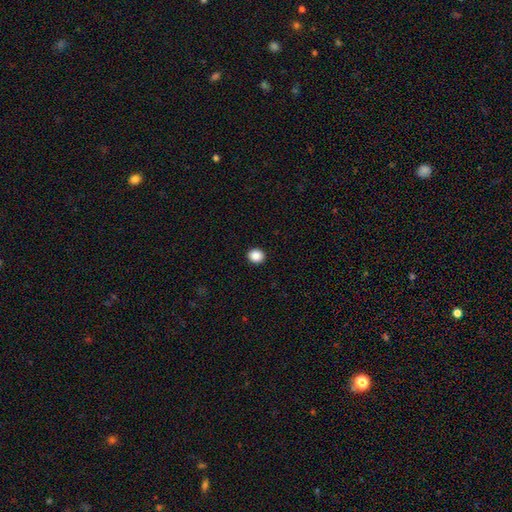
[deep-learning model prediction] Overall: smooth (88%). How rounded: round (83%). Merging: none (93%).